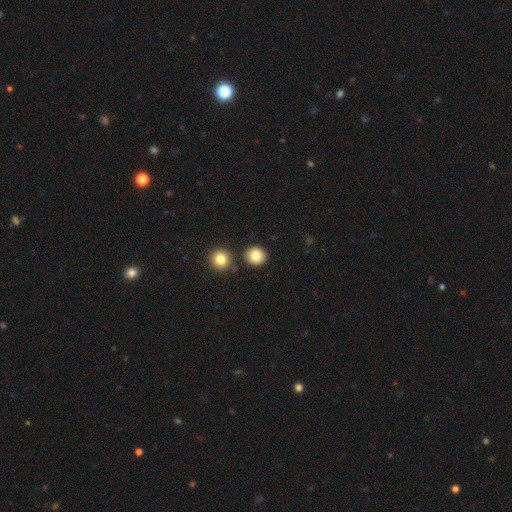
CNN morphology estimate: This appears to be a smooth galaxy with no disk features (85%) that is round (86%). Merging: none (86%).